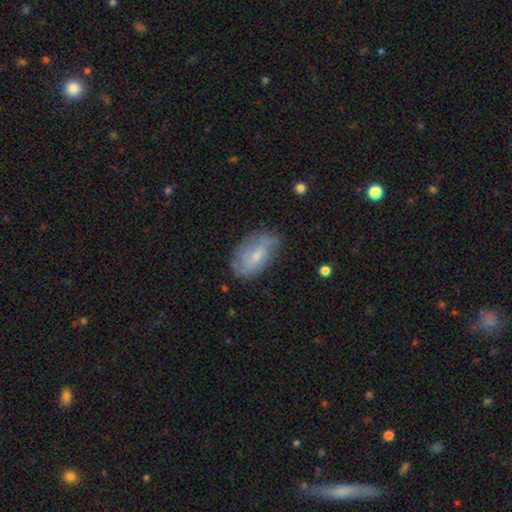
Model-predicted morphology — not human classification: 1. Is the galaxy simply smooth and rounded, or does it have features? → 58% featured or disk, 34% smooth, 8% star or artifact.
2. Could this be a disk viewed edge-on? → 94% no, 6% yes.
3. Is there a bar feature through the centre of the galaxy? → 56% no, 37% weak, 7% strong.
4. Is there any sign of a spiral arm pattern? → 77% yes, 23% no.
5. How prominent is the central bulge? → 62% small, 30% moderate, 5% none, 2% large, 1% dominant.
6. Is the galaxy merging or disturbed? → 61% none, 27% minor disturbance, 9% major disturbance, 2% merger.